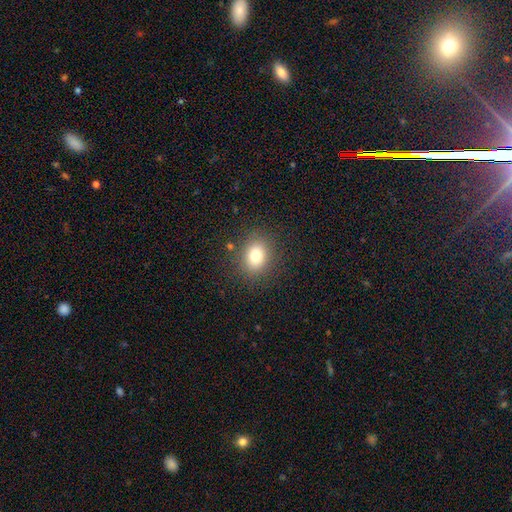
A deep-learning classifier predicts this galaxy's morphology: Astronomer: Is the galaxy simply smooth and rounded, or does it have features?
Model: smooth — 79%.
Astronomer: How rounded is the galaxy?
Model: round — 53% (runner-up: in between, 46%).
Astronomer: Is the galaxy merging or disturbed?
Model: none — 85%.